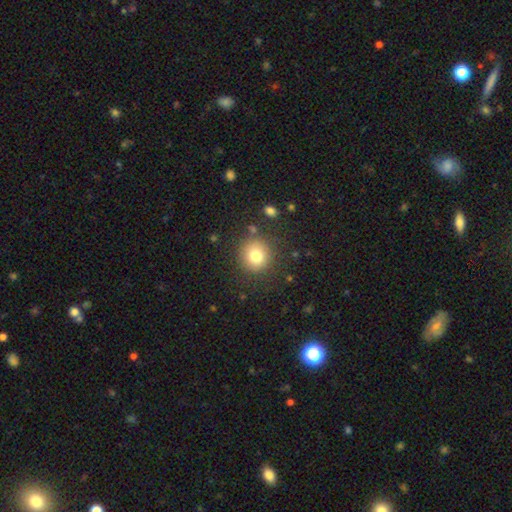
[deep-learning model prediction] Smooth or featured? smooth (78%)
How rounded? round (90%)
Merging? none (85%)